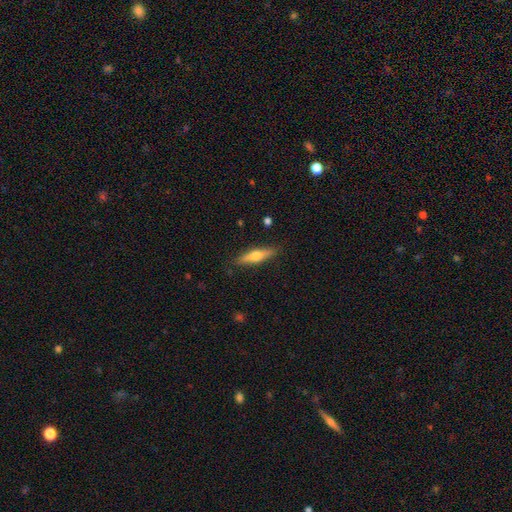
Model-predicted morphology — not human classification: The model was most divided on "smooth or featured": smooth: 49%, featured or disk: 45%, star or artifact: 6%. More confident: merging — none (88%).